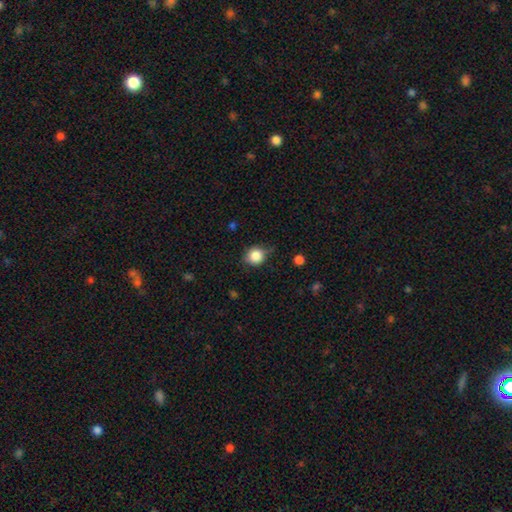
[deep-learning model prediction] A smooth galaxy with no disk features (85%) that is round (85%).

Vote fractions:
- Smooth or featured? smooth: 85% / star or artifact: 10% / featured or disk: 5%
- How rounded? round: 85% / in between: 14% / cigar-shaped: 1%
- Merging? none: 73% / minor disturbance: 20% / major disturbance: 4% / merger: 2%